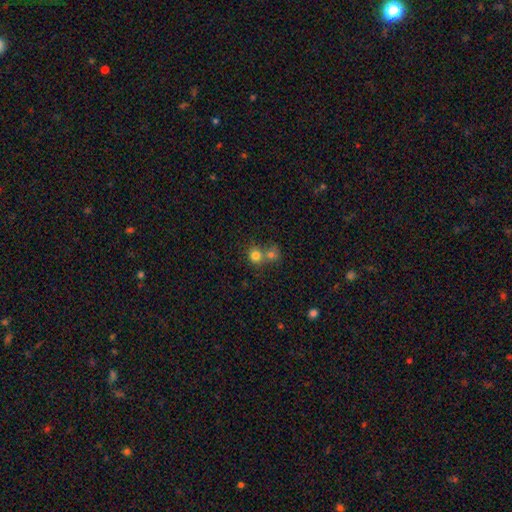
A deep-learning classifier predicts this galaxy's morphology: Smooth or featured? Predicted: smooth (p=0.78). How rounded? Predicted: round (p=0.84). Merging? Predicted: merger (p=0.47).